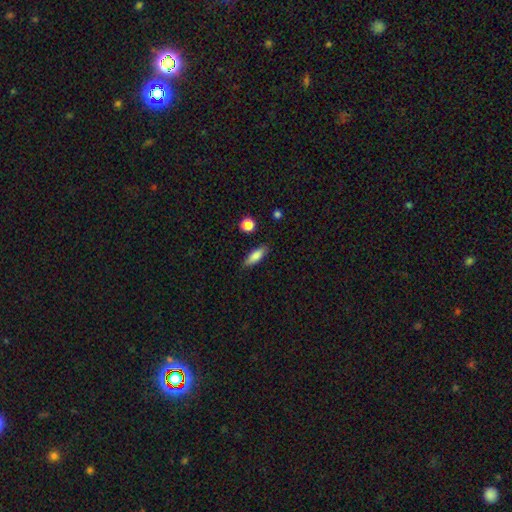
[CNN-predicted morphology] A smooth galaxy with no disk features (79%) that is in between round and cigar-shaped (59%). Merging: none (84%).